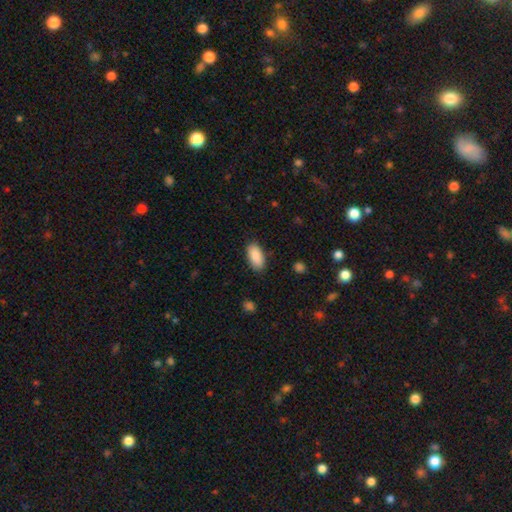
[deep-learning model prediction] Smooth or featured? smooth (89%)
How rounded? in between (93%)
Merging? none (86%)